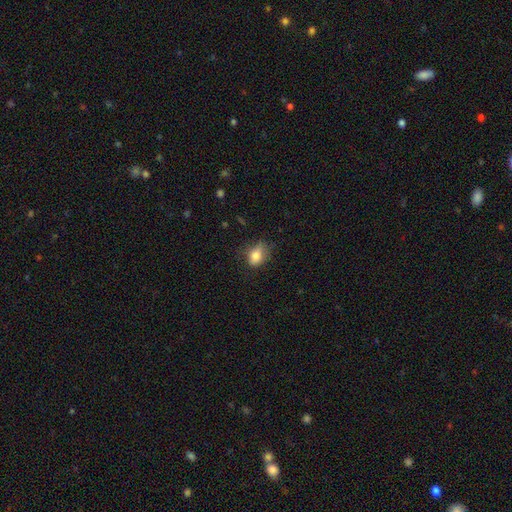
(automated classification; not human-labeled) Morphology: type=smooth (80%); roundness=in between (69%); merging=none (55%).